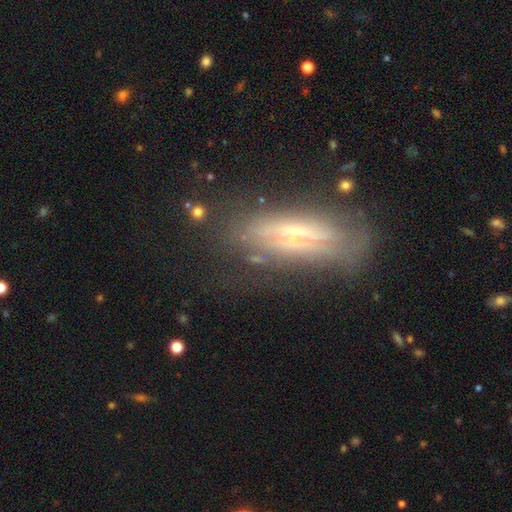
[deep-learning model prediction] Smooth or featured: featured or disk — 56% (smooth — 32%)
Edge-on disk: no — 59% (yes — 41%)
Merging: none — 68% (minor disturbance — 20%)